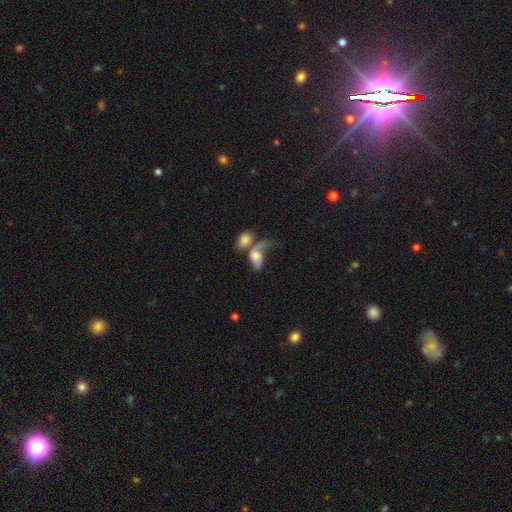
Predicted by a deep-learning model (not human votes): A smooth galaxy with no disk features (60%) that is in between round and cigar-shaped (83%). Merging: merger (60%).